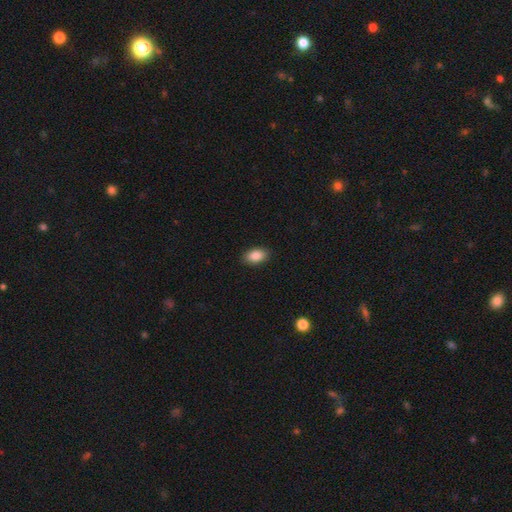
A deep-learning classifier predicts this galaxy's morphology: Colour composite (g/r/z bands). It shows a smooth galaxy with no disk features (87%) that is in between round and cigar-shaped (92%). Merging: none (90%).